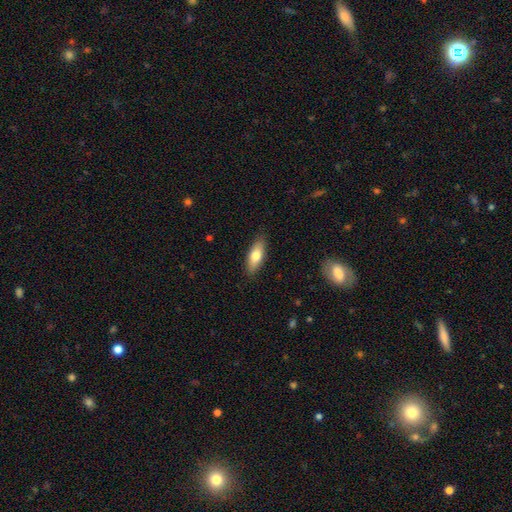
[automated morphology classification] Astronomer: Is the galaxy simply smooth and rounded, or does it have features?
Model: smooth — 75%.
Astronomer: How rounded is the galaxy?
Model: in between — 69%.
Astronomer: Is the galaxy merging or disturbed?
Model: none — 87%.